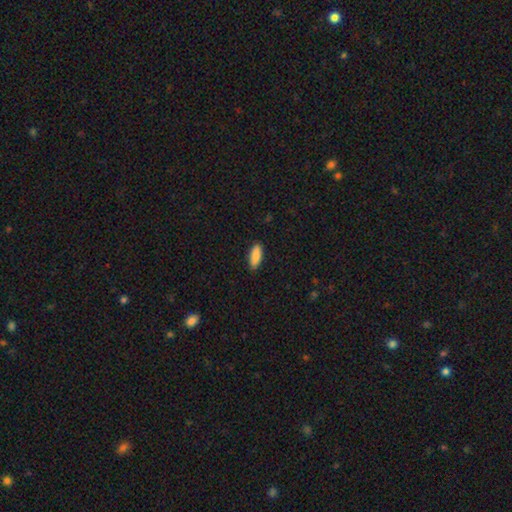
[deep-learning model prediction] Q: Smooth or featured?
A: smooth (89%); runner-up: star or artifact (6%)
Q: How rounded?
A: in between (74%); runner-up: cigar-shaped (24%)
Q: Merging?
A: none (87%); runner-up: minor disturbance (10%)